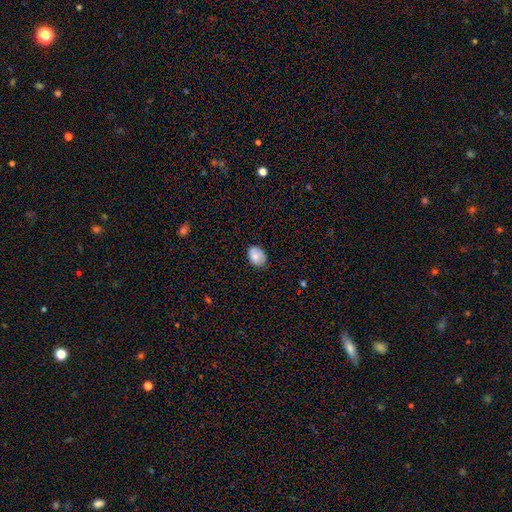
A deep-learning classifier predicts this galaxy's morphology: This appears to be a smooth galaxy with no disk features (84%) that is in between round and cigar-shaped (74%). Merging: none (78%).